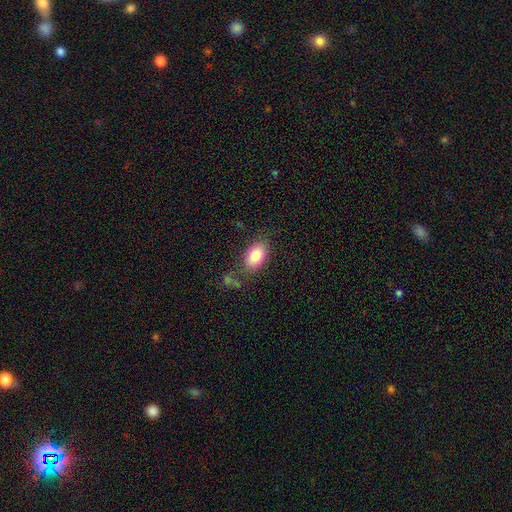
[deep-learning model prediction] A smooth galaxy with no disk features (83%) that is in between round and cigar-shaped (90%).

Vote fractions:
- Smooth or featured? smooth: 83% / featured or disk: 10% / star or artifact: 8%
- How rounded? in between: 90% / round: 8% / cigar-shaped: 2%
- Merging? none: 75% / minor disturbance: 15% / major disturbance: 6% / merger: 4%